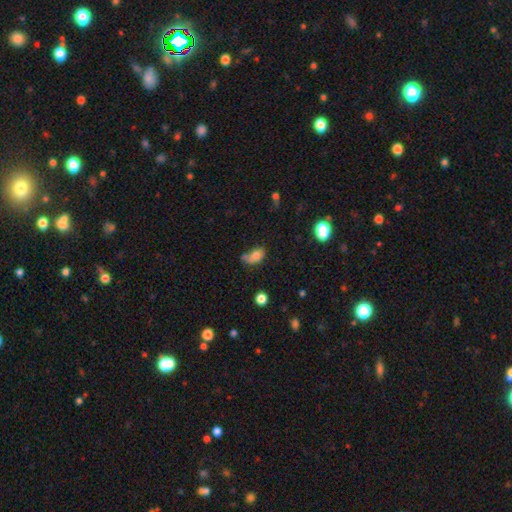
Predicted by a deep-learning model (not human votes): Morphology: type=smooth (74%); roundness=in between (79%); merging=none (35%).